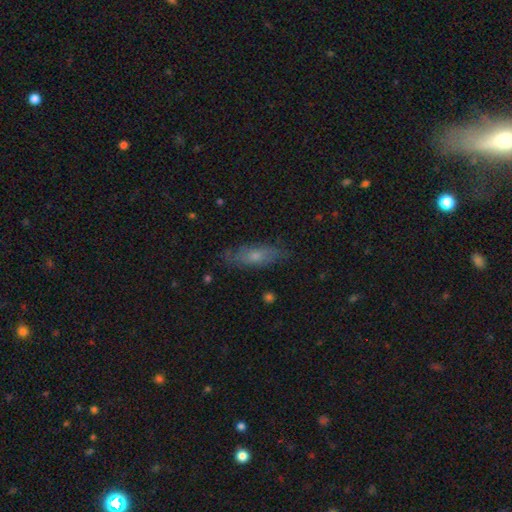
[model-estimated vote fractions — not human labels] Overall: smooth (55%; featured or disk 37%). How rounded: in between (55%; cigar-shaped 42%). Merging: none (79%).